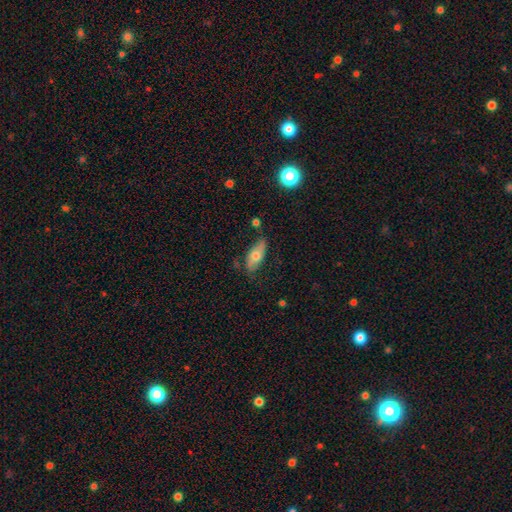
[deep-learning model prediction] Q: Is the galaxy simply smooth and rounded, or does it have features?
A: smooth — 61%.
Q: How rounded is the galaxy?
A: in between — 80%.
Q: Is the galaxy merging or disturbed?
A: none — 68%.